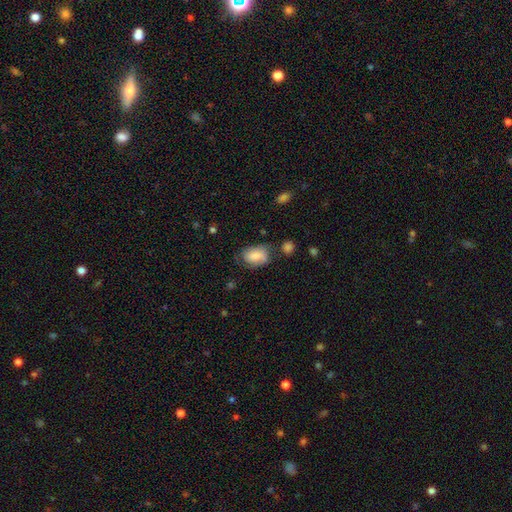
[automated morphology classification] A smooth galaxy with no disk features (74%) that is in between round and cigar-shaped (83%).

Vote fractions:
- Smooth or featured? smooth: 74% / featured or disk: 19% / star or artifact: 8%
- How rounded? in between: 83% / round: 16% / cigar-shaped: 1%
- Merging? none: 56% / minor disturbance: 30% / major disturbance: 11% / merger: 4%